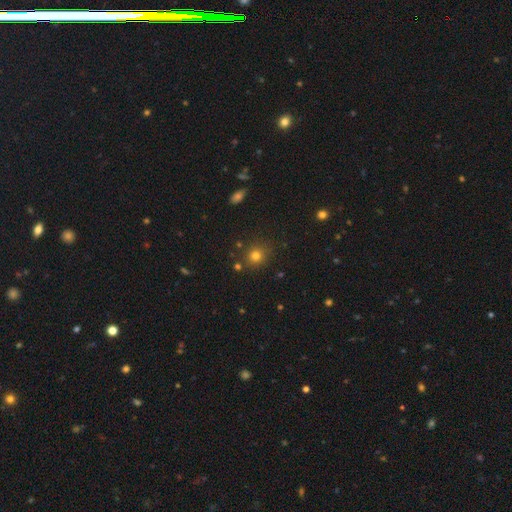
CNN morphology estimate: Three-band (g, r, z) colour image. It shows a smooth galaxy with no disk features (76%) that is round (85%). Merging: none (82%).